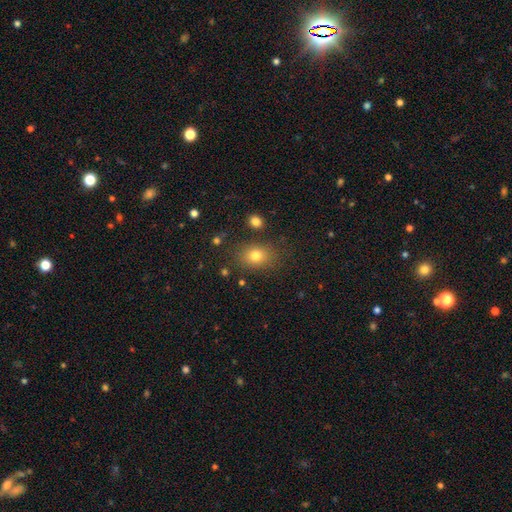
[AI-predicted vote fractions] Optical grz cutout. It shows a smooth galaxy with no disk features (77%) that is in between round and cigar-shaped (61%). Merging: none (81%).